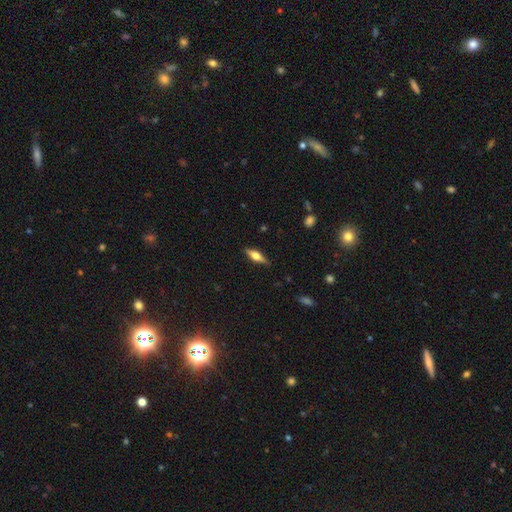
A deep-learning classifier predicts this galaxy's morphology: type=featured or disk (56%); edge-on=yes (95%); edge-on bulge=rounded (91%); merging=none (86%).